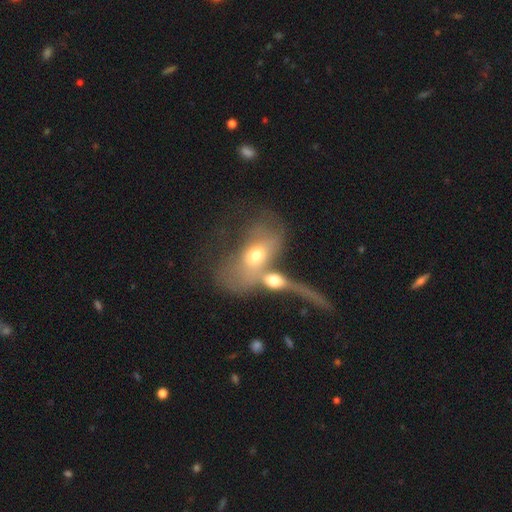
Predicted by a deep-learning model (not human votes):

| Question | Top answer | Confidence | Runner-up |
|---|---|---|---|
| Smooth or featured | featured or disk | 46% | smooth (45%) |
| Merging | merger | 65% | major disturbance (20%) |